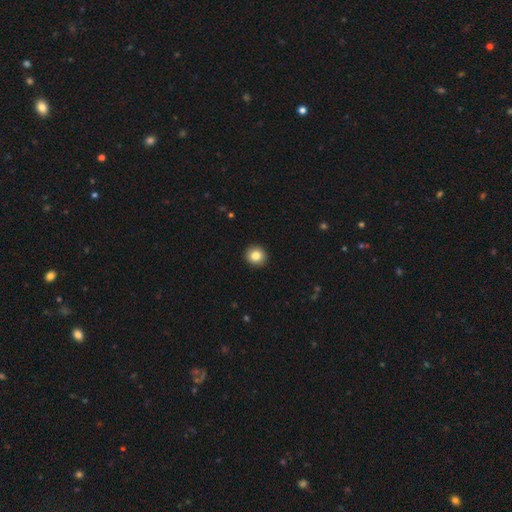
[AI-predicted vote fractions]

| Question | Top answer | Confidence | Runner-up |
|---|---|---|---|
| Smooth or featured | smooth | 83% | star or artifact (10%) |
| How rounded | round | 93% | in between (6%) |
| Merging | none | 93% | minor disturbance (5%) |